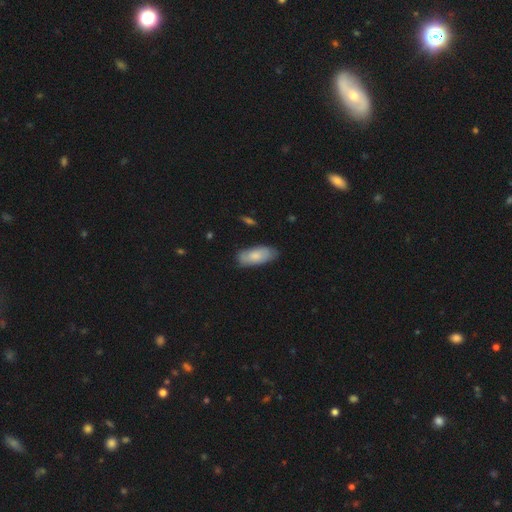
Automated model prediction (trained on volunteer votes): Q: Smooth or featured?
A: smooth (72%); runner-up: featured or disk (23%)
Q: How rounded?
A: in between (87%); runner-up: cigar-shaped (10%)
Q: Merging?
A: none (73%); runner-up: minor disturbance (21%)